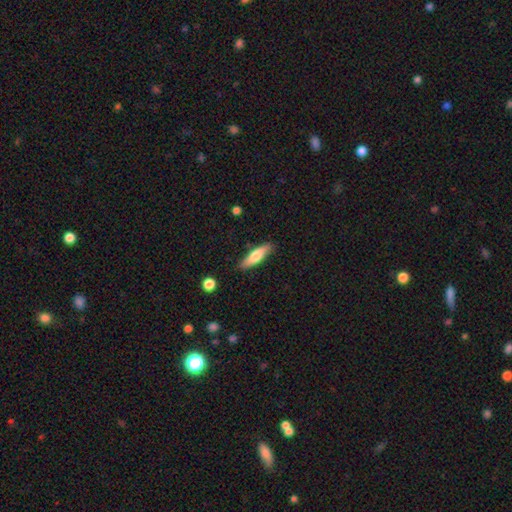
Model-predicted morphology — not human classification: Smooth or featured?
  - smooth: 70% *
  - featured or disk: 24%
  - star or artifact: 6%
How rounded?
  - cigar-shaped: 63% *
  - in between: 35%
  - round: 2%
Merging?
  - none: 84% *
  - minor disturbance: 12%
  - major disturbance: 2%
  - merger: 2%